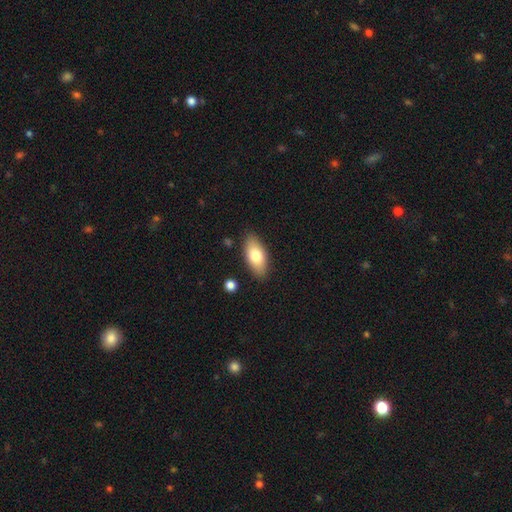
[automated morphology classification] The model was most divided on "smooth or featured": smooth: 76%, featured or disk: 17%, star or artifact: 6%. More confident: how rounded — in between (89%); merging — none (85%).